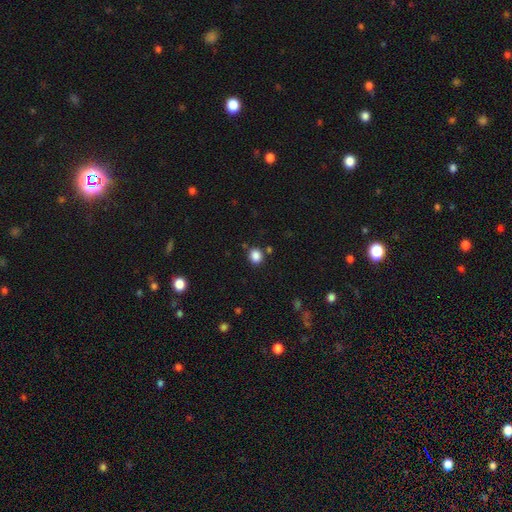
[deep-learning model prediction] The model was most divided on "how rounded": round: 65%, in between: 34%, cigar-shaped: 1%. More confident: smooth or featured — smooth (86%); merging — none (82%).